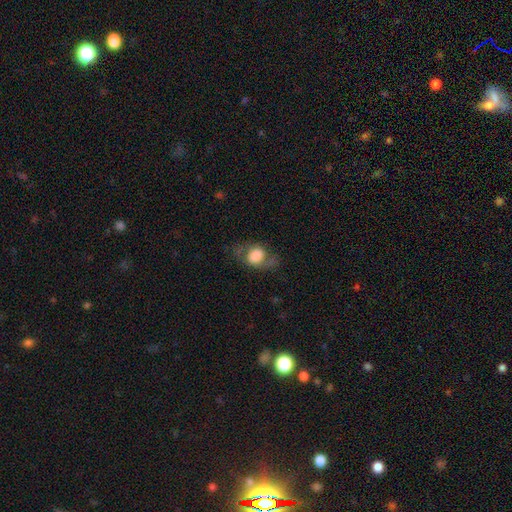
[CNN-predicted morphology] This appears to be a smooth galaxy with no disk features (56%) that is in between round and cigar-shaped (54%). Merging: none (60%).